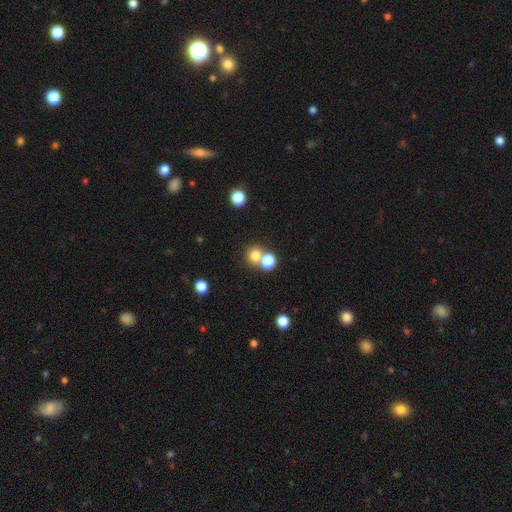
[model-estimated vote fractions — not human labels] Morphology: type=smooth (76%); roundness=round (81%); merging=none (50%).